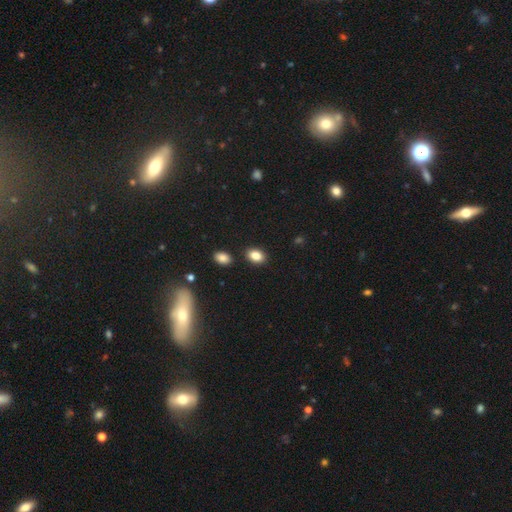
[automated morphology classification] This appears to be a smooth galaxy with no disk features (85%) that is in between round and cigar-shaped (81%). Merging: none (84%).